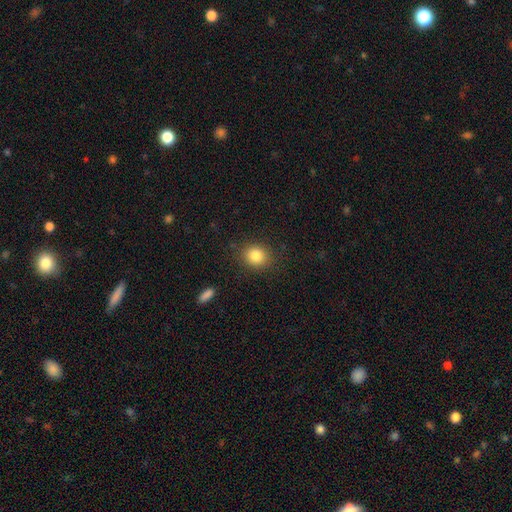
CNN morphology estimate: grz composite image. It shows a smooth galaxy with no disk features (83%) that is round (71%). Merging: none (87%).